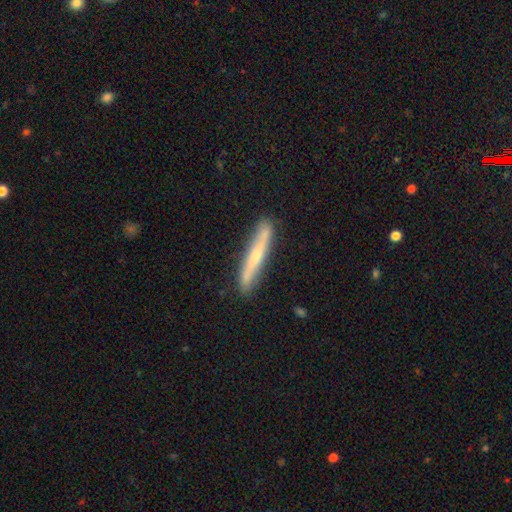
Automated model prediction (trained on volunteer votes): Q: Smooth or featured?
A: featured or disk (51%); runner-up: smooth (43%)
Q: Edge-on disk?
A: yes (84%); runner-up: no (16%)
Q: Merging?
A: none (85%); runner-up: minor disturbance (11%)